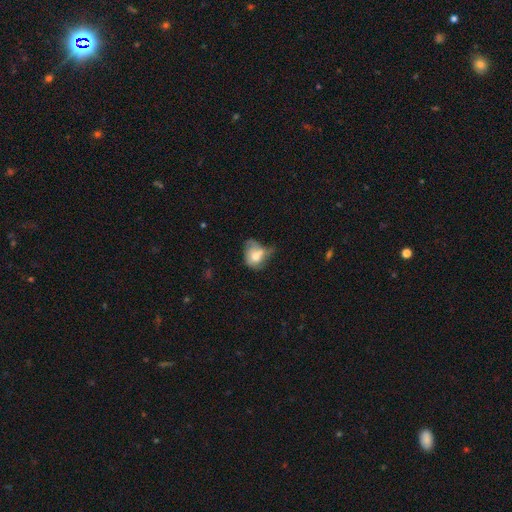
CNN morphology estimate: Q: Smooth or featured?
A: smooth (61%); runner-up: featured or disk (30%)
Q: How rounded?
A: in between (55%); runner-up: round (44%)
Q: Merging?
A: minor disturbance (28%); runner-up: none (25%)